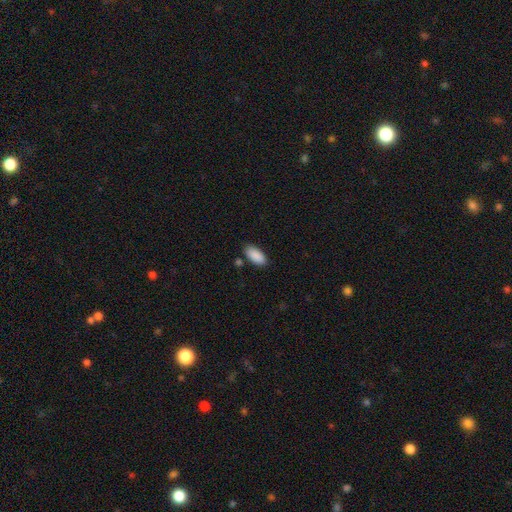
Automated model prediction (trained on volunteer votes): Overall: smooth (90%). How rounded: in between (92%). Merging: none (82%).